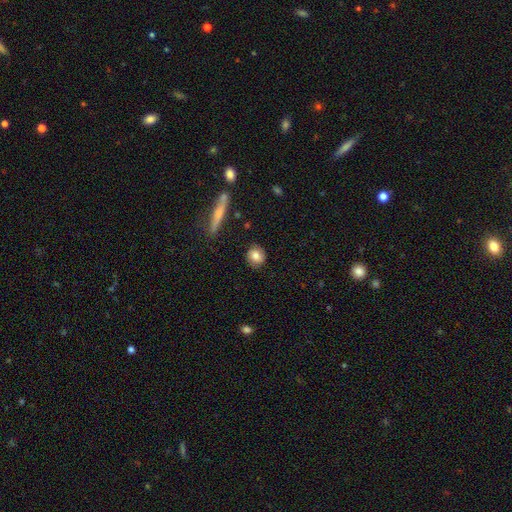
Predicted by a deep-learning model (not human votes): The model was most divided on "how rounded": round: 77%, in between: 20%, cigar-shaped: 3%. More confident: merging — none (86%); smooth or featured — smooth (76%).